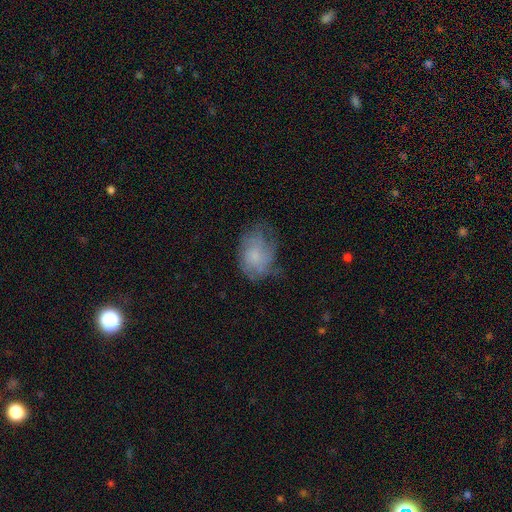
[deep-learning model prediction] Morphology: type=smooth (51%); roundness=in between (75%); merging=none (52%).